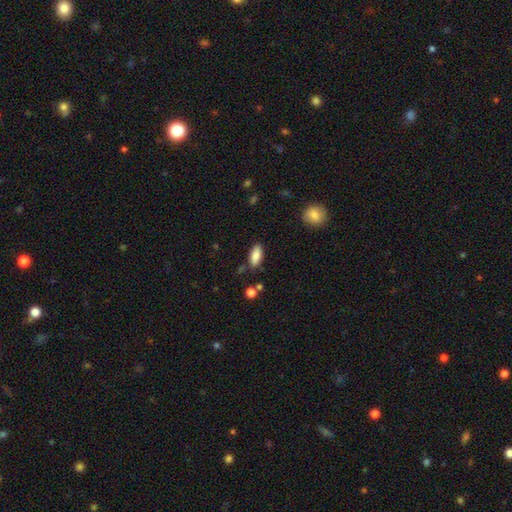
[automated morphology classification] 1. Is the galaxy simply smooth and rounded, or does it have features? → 84% smooth, 9% featured or disk, 7% star or artifact.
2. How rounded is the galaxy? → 84% in between, 14% cigar-shaped, 2% round.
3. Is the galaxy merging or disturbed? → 78% none, 15% minor disturbance, 4% merger, 3% major disturbance.